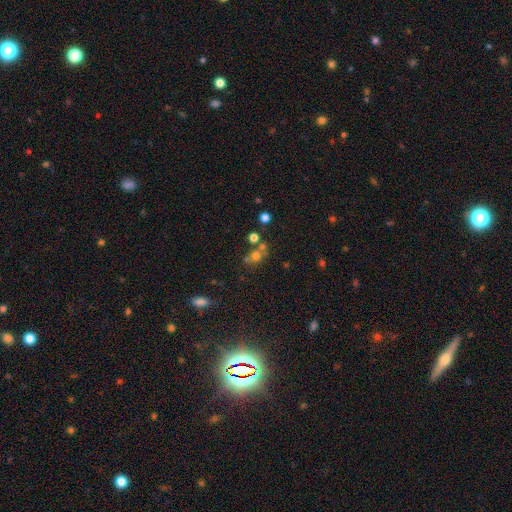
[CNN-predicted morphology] Smooth or featured: smooth — 61% (star or artifact — 24%)
How rounded: round — 75% (in between — 24%)
Merging: none — 52% (merger — 33%)